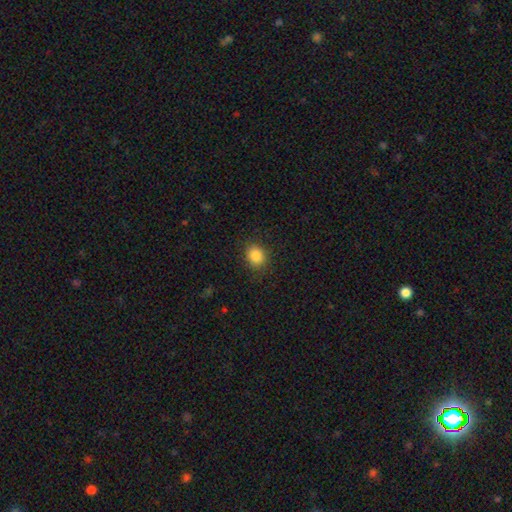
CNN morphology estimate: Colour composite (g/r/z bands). It shows a smooth galaxy with no disk features (85%) that is round (63%). Merging: none (86%).